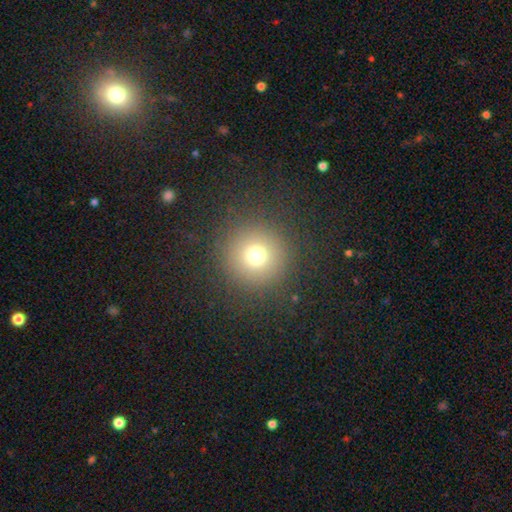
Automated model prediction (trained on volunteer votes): smooth 72%, star or artifact 18%, featured or disk 10%. Down the decision tree: how rounded — round (96%); merging — none (88%).